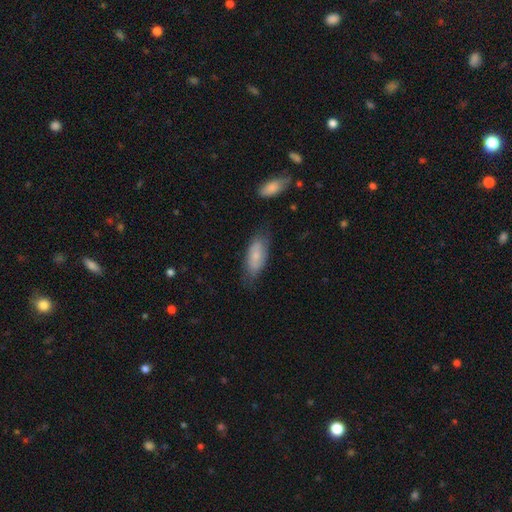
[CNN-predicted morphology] Smooth or featured? Predicted: smooth (p=0.69). How rounded? Predicted: in between (p=0.80). Merging? Predicted: none (p=0.66).